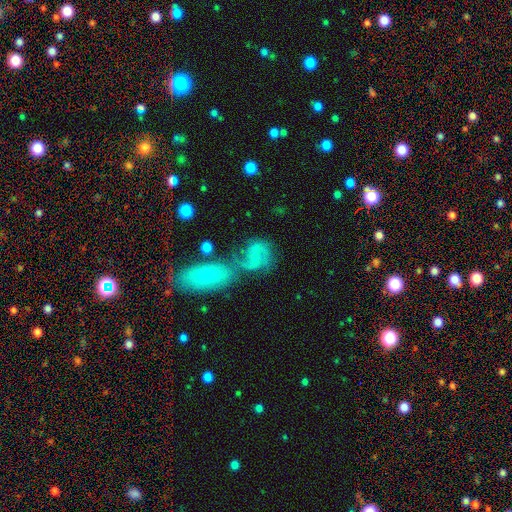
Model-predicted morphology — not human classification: smooth-or-featured: featured or disk: 65% | smooth: 27% | star or artifact: 8%
  disk-edge-on: no: 97% | yes: 3%
    bar: no: 49% | weak: 41% | strong: 10%
    has-spiral-arms: yes: 86% | no: 14%
      spiral-winding: medium: 51% | loose: 26% | tight: 24%
      spiral-arm-count: 2: 73% | can't tell: 12% | 3: 6% | 1: 4% | 4: 2% | more than 4: 2%
    bulge-size: small: 63% | moderate: 25% | none: 9% | large: 2% | dominant: 1%
  merging: merger: 45% | none: 31% | minor disturbance: 14% | major disturbance: 10%